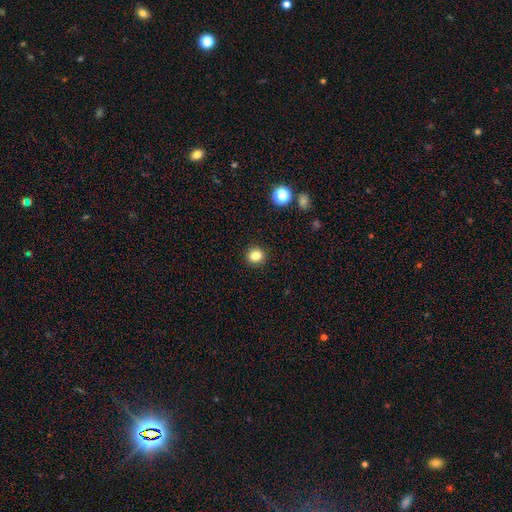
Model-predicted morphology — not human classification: smooth-or-featured: smooth: 82% | star or artifact: 12% | featured or disk: 6%
  how-rounded: round: 85% | in between: 14% | cigar-shaped: 1%
  merging: none: 92% | minor disturbance: 5% | major disturbance: 2% | merger: 1%